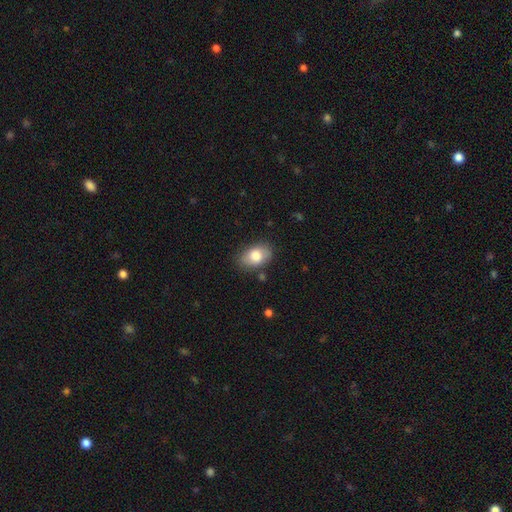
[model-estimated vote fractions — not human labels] A smooth galaxy with no disk features (80%) that is in between round and cigar-shaped (86%).

Vote fractions:
- Smooth or featured? smooth: 80% / featured or disk: 13% / star or artifact: 7%
- How rounded? in between: 86% / round: 13% / cigar-shaped: 1%
- Merging? none: 76% / minor disturbance: 18% / major disturbance: 4% / merger: 2%